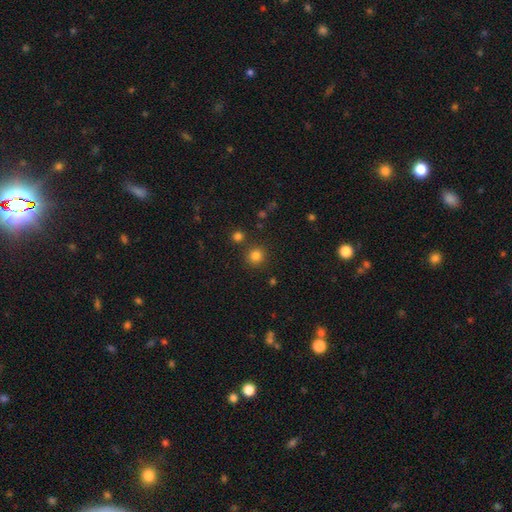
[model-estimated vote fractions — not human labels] This appears to be a smooth galaxy with no disk features (82%) that is round (92%). Merging: none (85%).